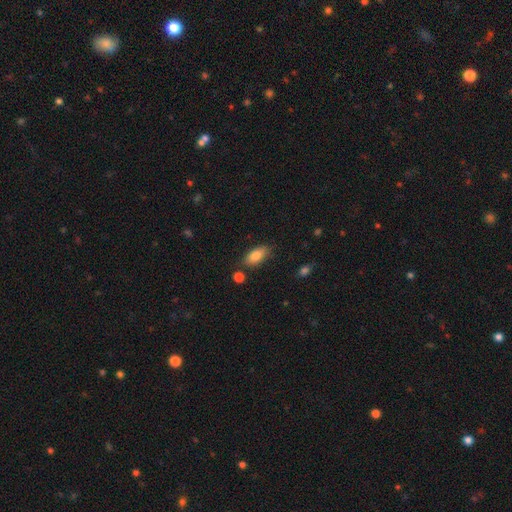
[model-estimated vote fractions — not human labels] Smooth or featured: smooth — 84% (featured or disk — 9%)
How rounded: in between — 88% (cigar-shaped — 9%)
Merging: none — 78% (minor disturbance — 15%)